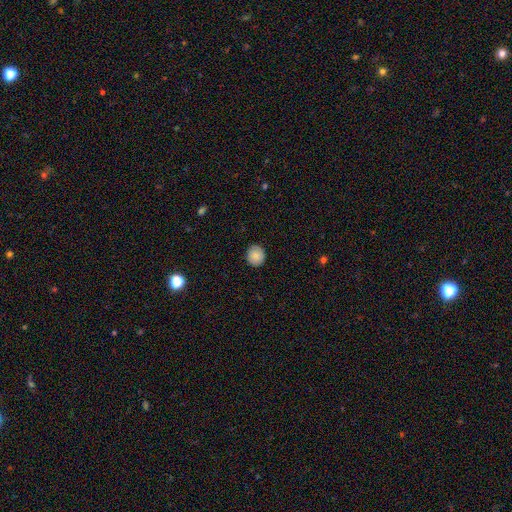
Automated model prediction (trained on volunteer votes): smooth-or-featured: smooth: 85% | star or artifact: 8% | featured or disk: 7%
  how-rounded: round: 86% | in between: 13% | cigar-shaped: 1%
  merging: none: 88% | minor disturbance: 9% | major disturbance: 2% | merger: 1%